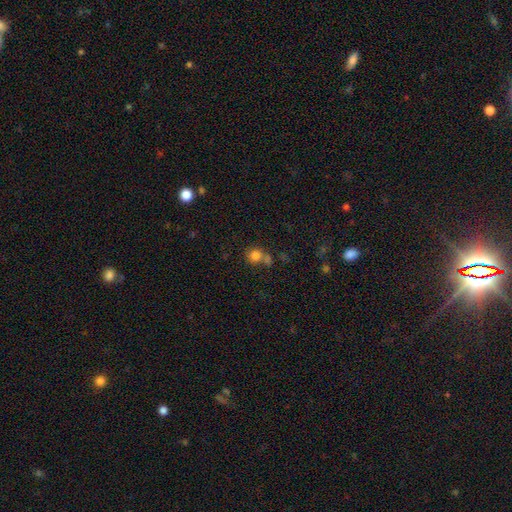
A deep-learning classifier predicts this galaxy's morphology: type=smooth (80%); roundness=round (84%); merging=none (51%).